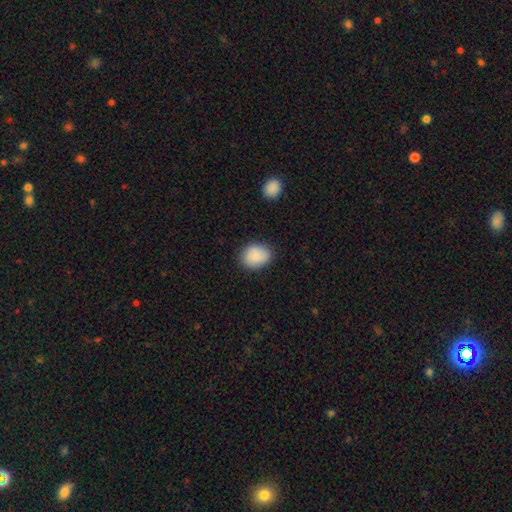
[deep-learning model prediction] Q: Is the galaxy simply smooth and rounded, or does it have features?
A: smooth — 86%.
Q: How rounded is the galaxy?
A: in between — 52%.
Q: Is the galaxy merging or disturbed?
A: none — 82%.